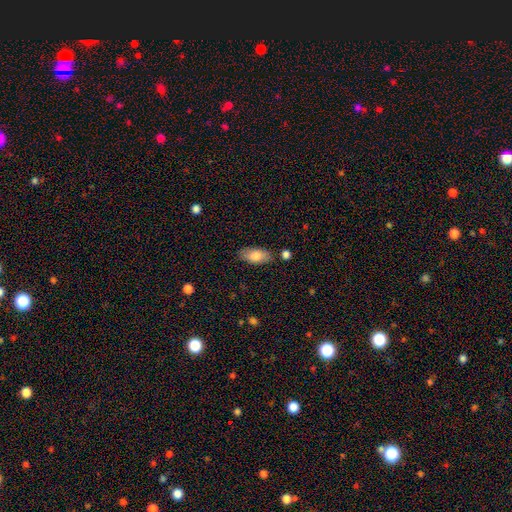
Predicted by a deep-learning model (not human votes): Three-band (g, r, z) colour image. It shows a smooth galaxy with no disk features (79%) that is in between round and cigar-shaped (89%). Merging: none (83%).